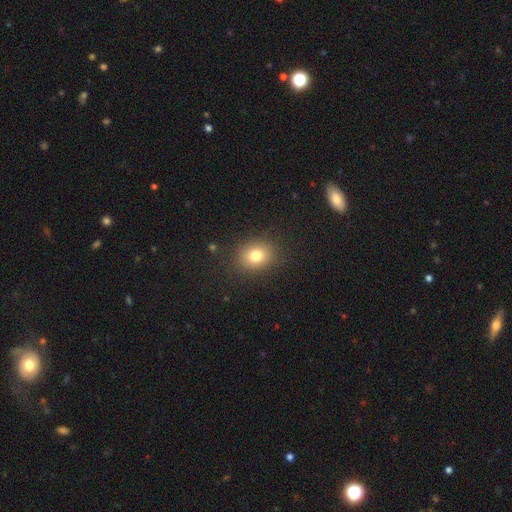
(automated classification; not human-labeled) smooth-or-featured: smooth: 79% | star or artifact: 12% | featured or disk: 9%
  how-rounded: round: 58% | in between: 41% | cigar-shaped: 1%
  merging: none: 86% | minor disturbance: 9% | major disturbance: 4% | merger: 1%